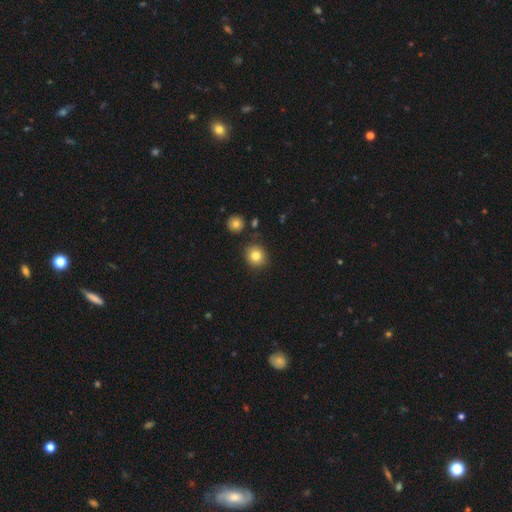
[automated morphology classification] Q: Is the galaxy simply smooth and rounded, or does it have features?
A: smooth — 82%.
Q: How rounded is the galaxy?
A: round — 87%.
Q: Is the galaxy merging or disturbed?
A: none — 87%.